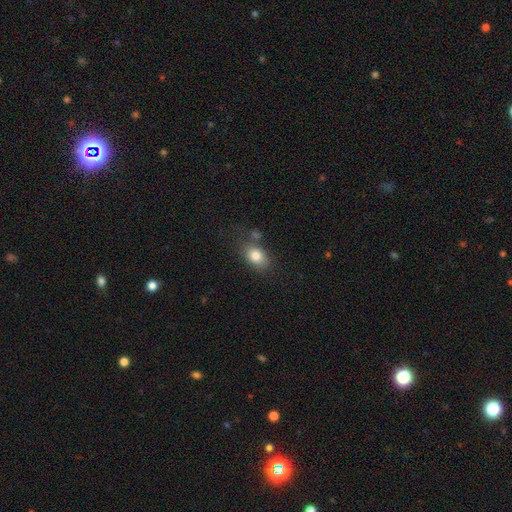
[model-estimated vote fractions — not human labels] smooth-or-featured: smooth: 82% | featured or disk: 10% | star or artifact: 9%
  how-rounded: in between: 79% | round: 20% | cigar-shaped: 2%
  merging: none: 66% | minor disturbance: 17% | merger: 10% | major disturbance: 6%